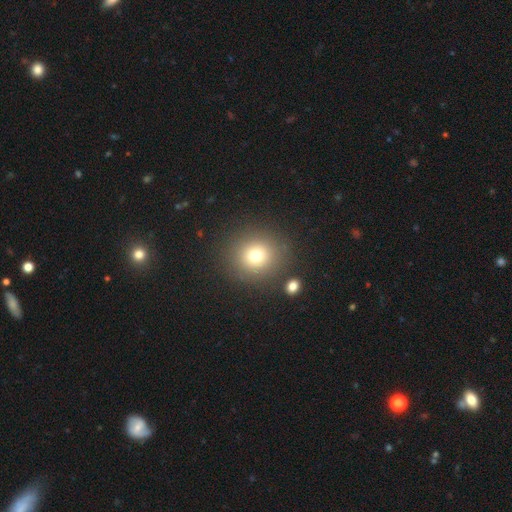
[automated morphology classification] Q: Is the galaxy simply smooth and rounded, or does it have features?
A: smooth — 75%.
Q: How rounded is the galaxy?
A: round — 89%.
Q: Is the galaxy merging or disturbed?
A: none — 86%.